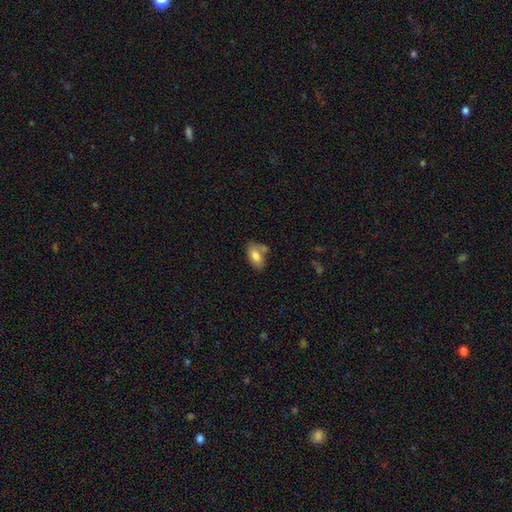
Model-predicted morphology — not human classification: Smooth or featured? smooth (80%)
How rounded? in between (92%)
Merging? none (56%)